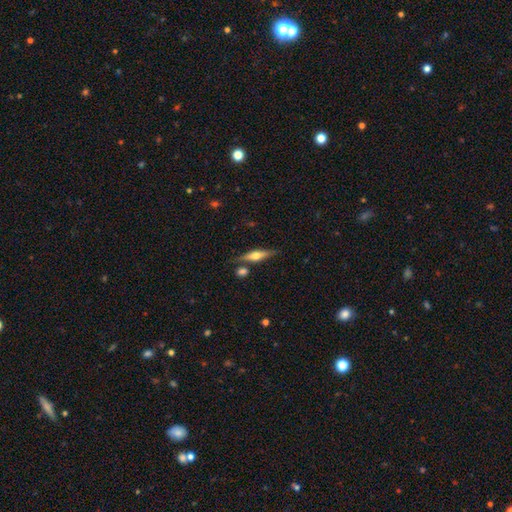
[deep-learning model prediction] A featured or disk galaxy (58%) viewed edge-on (94%) with a rounded central bulge (91%).

Vote fractions:
- Smooth or featured? featured or disk: 58% / smooth: 36% / star or artifact: 7%
- Edge-on disk? yes: 94% / no: 6%
- Edge-on bulge? rounded: 91% / boxy: 6% / none: 3%
- Merging? none: 76% / minor disturbance: 12% / merger: 9% / major disturbance: 3%